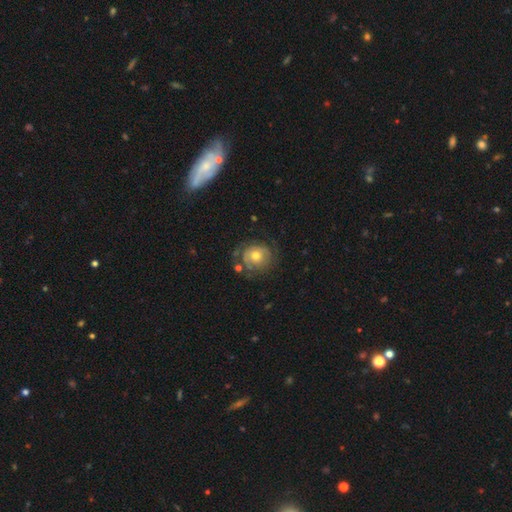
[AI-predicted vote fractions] Q: Smooth or featured?
A: featured or disk (55%); runner-up: smooth (37%)
Q: Edge-on disk?
A: no (97%); runner-up: yes (3%)
Q: Bar?
A: no (84%); runner-up: weak (13%)
Q: Spiral arms?
A: yes (63%); runner-up: no (37%)
Q: Bulge size?
A: moderate (70%); runner-up: small (22%)
Q: Merging?
A: none (59%); runner-up: minor disturbance (23%)